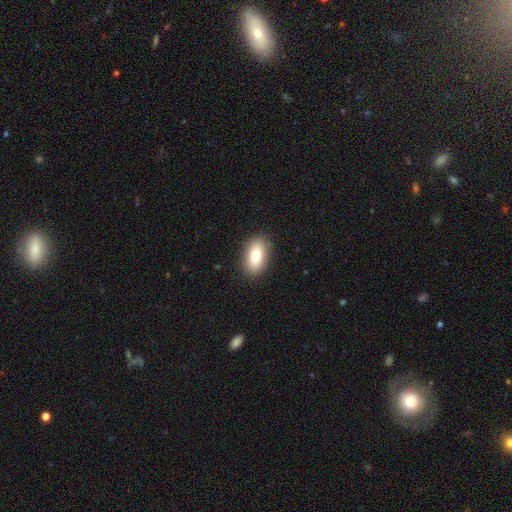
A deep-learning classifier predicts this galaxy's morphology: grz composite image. It shows a smooth galaxy with no disk features (81%) that is in between round and cigar-shaped (91%). Merging: none (87%).